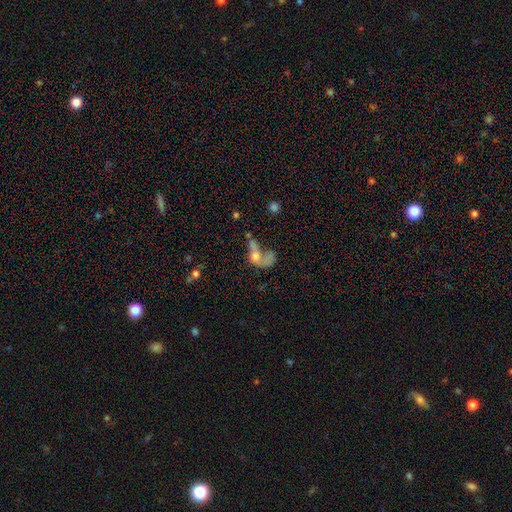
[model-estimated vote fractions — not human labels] smooth_or_featured: featured or disk (p=0.43) [alt: smooth p=0.36]
merging: merger (p=0.39) [alt: major disturbance p=0.30]